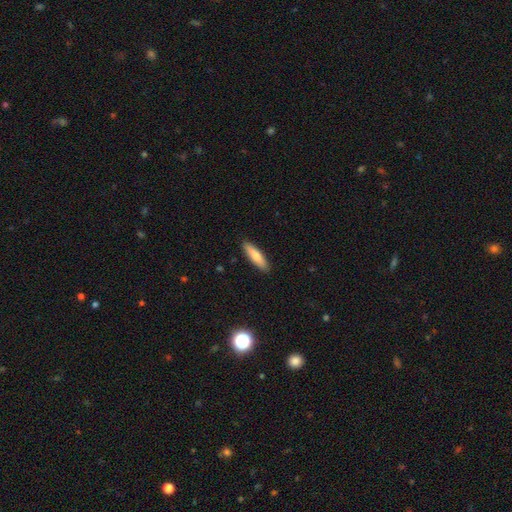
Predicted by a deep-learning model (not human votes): Smooth or featured? smooth (72%)
How rounded? cigar-shaped (70%)
Merging? none (90%)